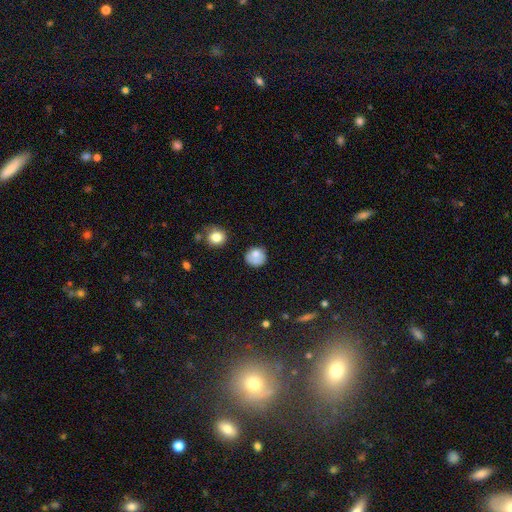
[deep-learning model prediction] Overall: smooth (73%). How rounded: round (85%). Merging: none (62%; minor disturbance 23%).